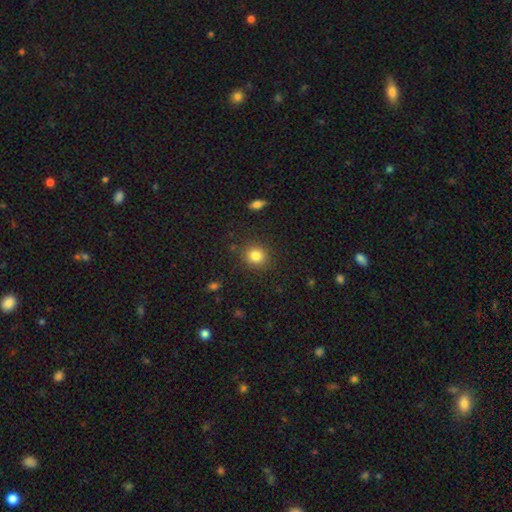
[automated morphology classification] Smooth or featured?
  - smooth: 83% *
  - star or artifact: 11%
  - featured or disk: 6%
How rounded?
  - round: 83% *
  - in between: 16%
  - cigar-shaped: 1%
Merging?
  - none: 87% *
  - minor disturbance: 8%
  - major disturbance: 3%
  - merger: 2%